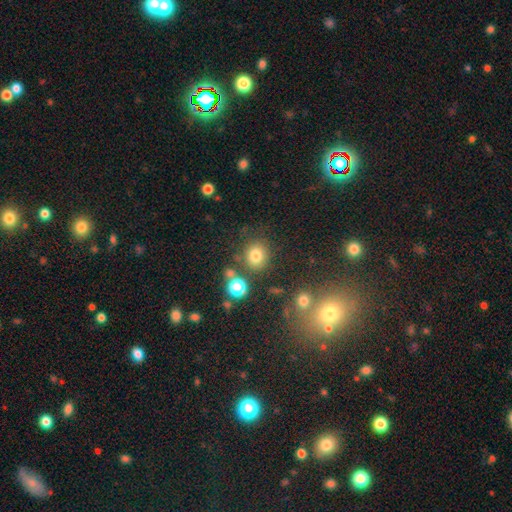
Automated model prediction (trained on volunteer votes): smooth_or_featured: smooth (p=0.76) [alt: star or artifact p=0.16]
how_rounded: round (p=0.79) [alt: in between p=0.20]
merging: none (p=0.77) [alt: minor disturbance p=0.11]